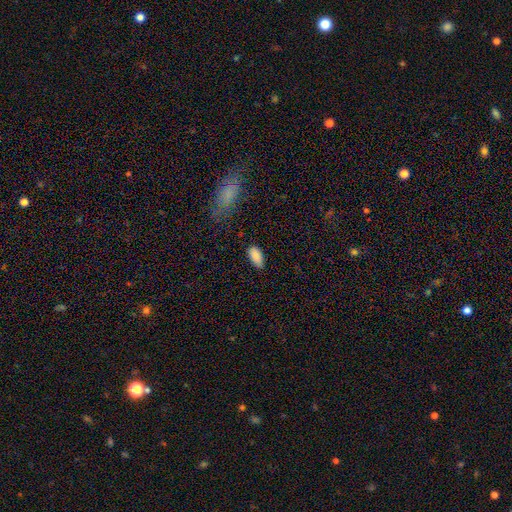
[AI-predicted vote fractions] Smooth or featured?
  - smooth: 87% *
  - star or artifact: 8%
  - featured or disk: 5%
How rounded?
  - in between: 93% *
  - cigar-shaped: 5%
  - round: 2%
Merging?
  - none: 78% *
  - minor disturbance: 17%
  - major disturbance: 3%
  - merger: 1%